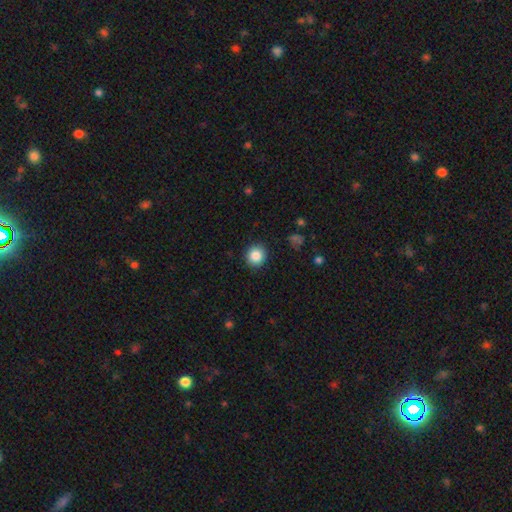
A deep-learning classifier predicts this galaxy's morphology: Overall: smooth (86%). How rounded: round (90%). Merging: none (90%).